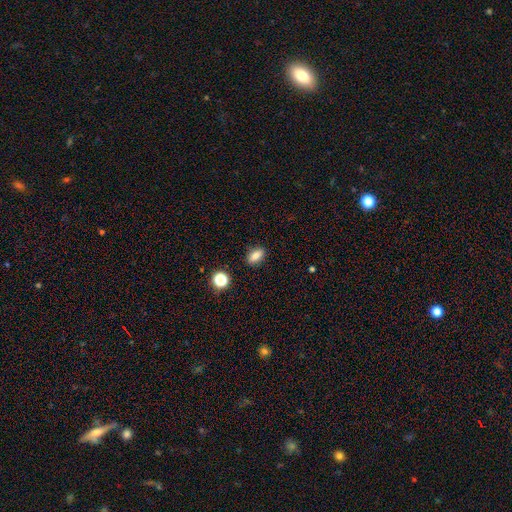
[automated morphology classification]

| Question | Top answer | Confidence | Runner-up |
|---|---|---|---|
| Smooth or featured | smooth | 83% | star or artifact (11%) |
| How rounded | in between | 83% | round (12%) |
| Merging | none | 88% | minor disturbance (9%) |